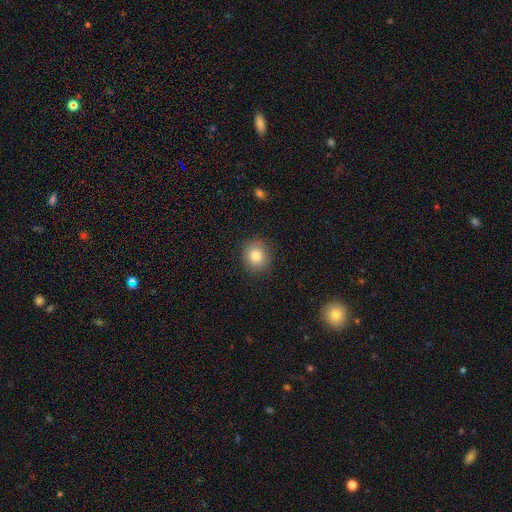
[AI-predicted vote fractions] smooth 83%, star or artifact 9%, featured or disk 8%. Down the decision tree: how rounded — round (82%); merging — none (87%).